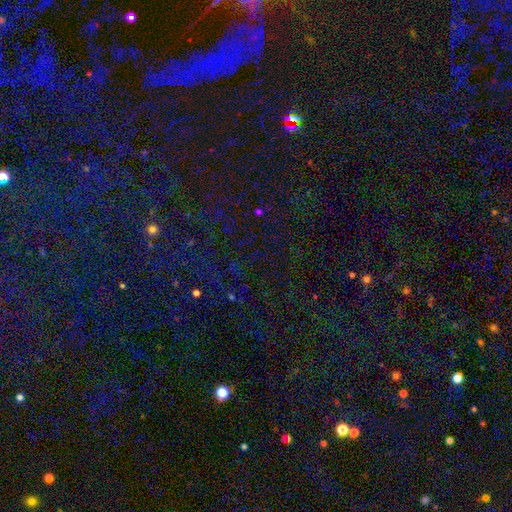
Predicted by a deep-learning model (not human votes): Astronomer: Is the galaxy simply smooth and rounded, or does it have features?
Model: star or artifact — 69%.